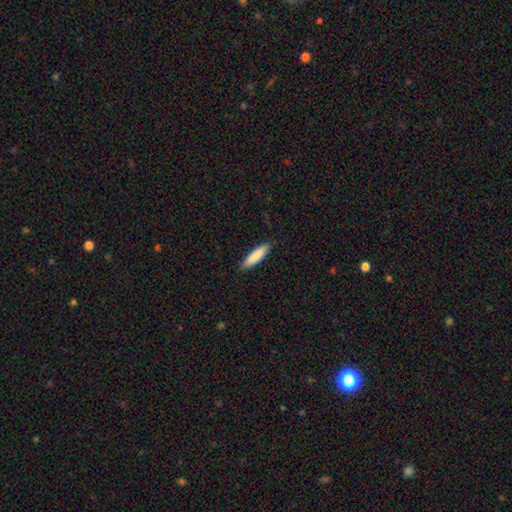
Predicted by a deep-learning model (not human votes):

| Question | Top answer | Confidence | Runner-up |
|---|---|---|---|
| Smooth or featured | smooth | 86% | featured or disk (8%) |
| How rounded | cigar-shaped | 74% | in between (25%) |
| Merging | none | 89% | minor disturbance (8%) |